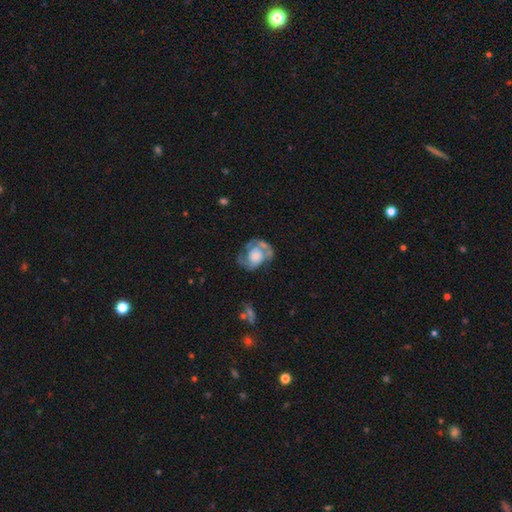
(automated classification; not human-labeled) Morphology: type=featured or disk (78%); edge-on=no (98%); bar=no (79%); spiral arms=yes (85%); winding=tight (42%); arm count=2 (67%); bulge=large (43%); merging=none (56%).